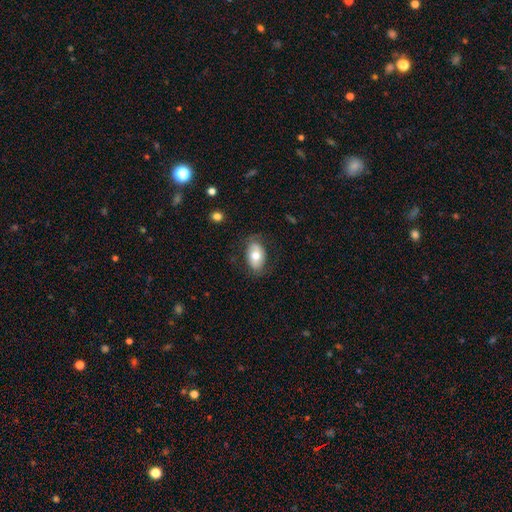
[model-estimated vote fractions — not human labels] Overall: smooth (64%; featured or disk 29%). How rounded: in between (91%). Merging: none (74%).